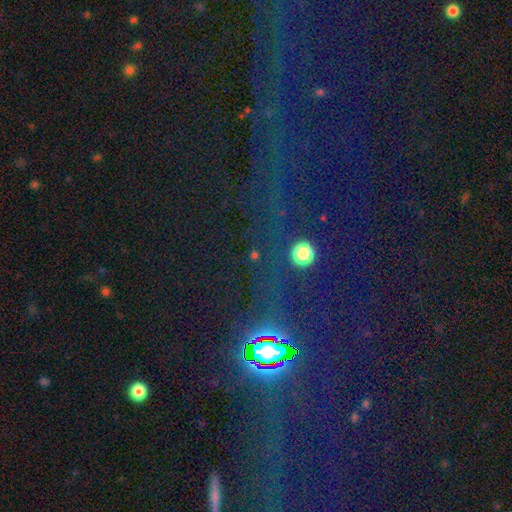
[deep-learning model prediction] Smooth or featured: star or artifact — 65% (smooth — 28%)